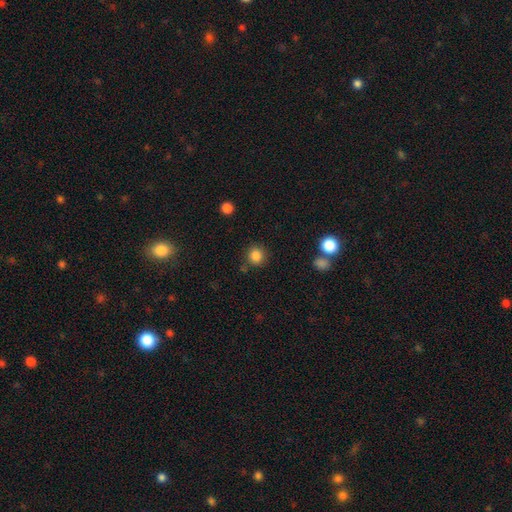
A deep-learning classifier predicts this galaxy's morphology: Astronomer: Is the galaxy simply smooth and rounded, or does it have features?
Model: smooth — 85%.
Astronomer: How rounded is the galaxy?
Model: round — 88%.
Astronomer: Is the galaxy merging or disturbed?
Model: none — 82%.